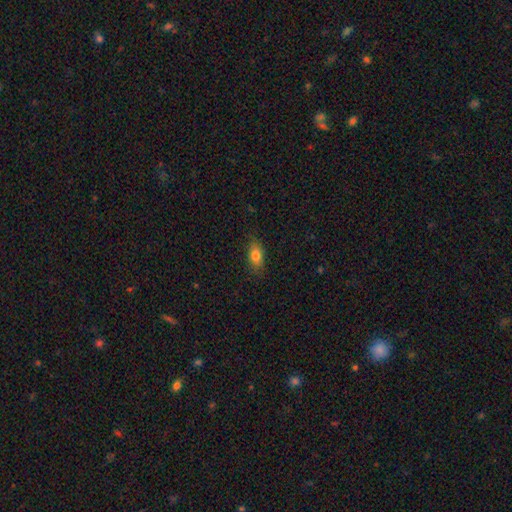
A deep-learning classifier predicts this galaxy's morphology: smooth 79%, featured or disk 12%, star or artifact 9%. Down the decision tree: how rounded — in between (83%); merging — none (83%).